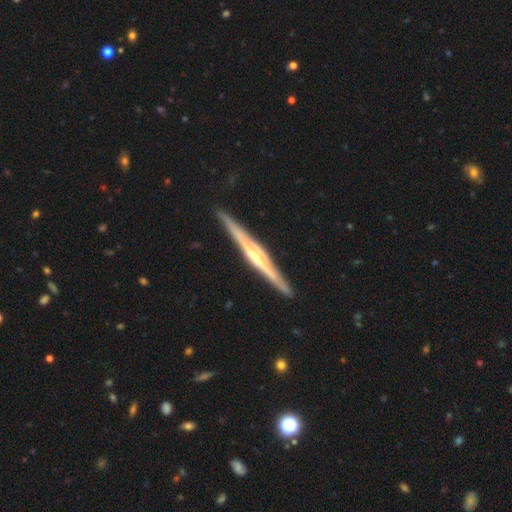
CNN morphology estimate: type=featured or disk (84%); edge-on=yes (98%); edge-on bulge=rounded (66%); merging=none (91%).